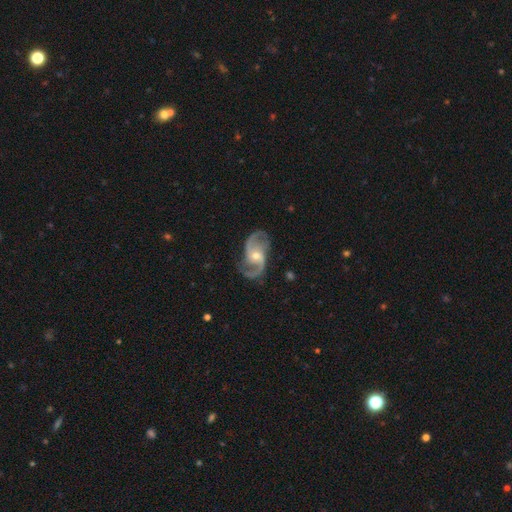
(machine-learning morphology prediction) smooth_or_featured: featured or disk (p=0.91) [alt: star or artifact p=0.04]
disk_edge_on: no (p=0.98) [alt: yes p=0.02]
bar: no (p=0.52) [alt: weak p=0.37]
has_spiral_arms: yes (p=0.98) [alt: no p=0.02]
spiral_winding: medium (p=0.49) [alt: loose p=0.41]
spiral_arm_count: 2 (p=0.90) [alt: 3 p=0.03]
bulge_size: moderate (p=0.50) [alt: small p=0.46]
merging: none (p=0.77) [alt: minor disturbance p=0.15]